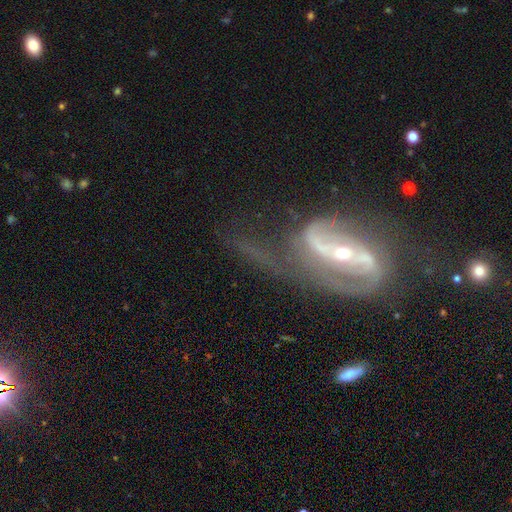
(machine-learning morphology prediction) featured or disk 89%, star or artifact 6%, smooth 5%. Down the decision tree: edge-on disk — no (94%); bar — strong (57%); spiral arms — yes (95%); spiral arm count — 2 (87%); spiral winding — loose (42%); bulge size — small (66%); merging — none (40%).